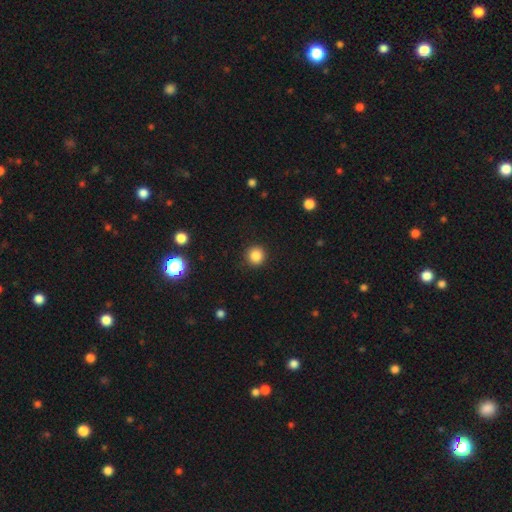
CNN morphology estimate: A smooth galaxy with no disk features (85%) that is round (94%).

Vote fractions:
- Smooth or featured? smooth: 85% / star or artifact: 11% / featured or disk: 3%
- How rounded? round: 94% / in between: 5% / cigar-shaped: 1%
- Merging? none: 91% / minor disturbance: 6% / major disturbance: 2% / merger: 1%